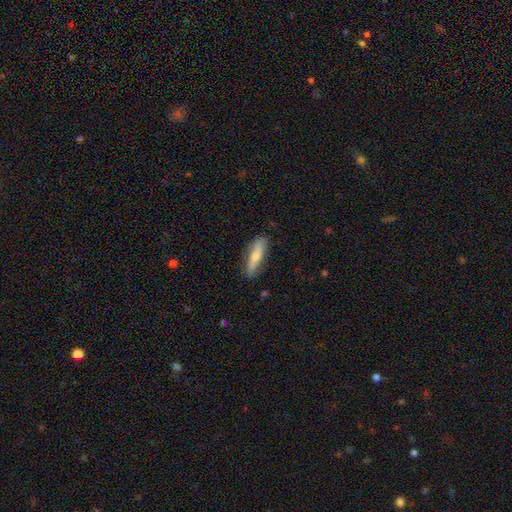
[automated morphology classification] Smooth or featured: smooth — 57% (featured or disk — 37%)
How rounded: cigar-shaped — 67% (in between — 30%)
Merging: none — 79% (minor disturbance — 16%)